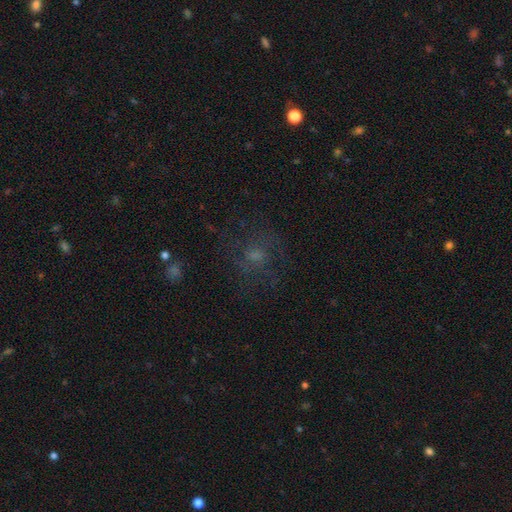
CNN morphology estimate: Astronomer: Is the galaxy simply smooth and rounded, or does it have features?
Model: featured or disk — 43% (runner-up: smooth, 32%).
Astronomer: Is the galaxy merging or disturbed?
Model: none — 66%.